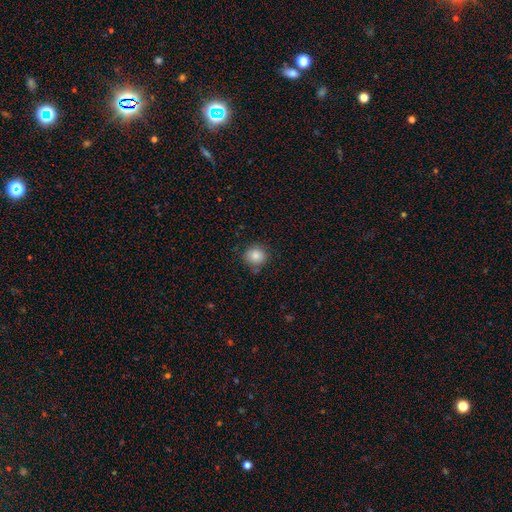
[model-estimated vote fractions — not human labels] A smooth galaxy with no disk features (85%) that is round (87%). Merging: none (79%).